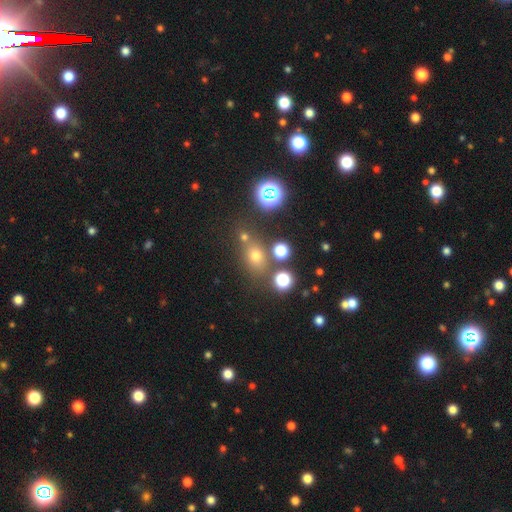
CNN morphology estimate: smooth 61%, star or artifact 27%, featured or disk 12%. Down the decision tree: how rounded — round (52%); merging — none (68%).